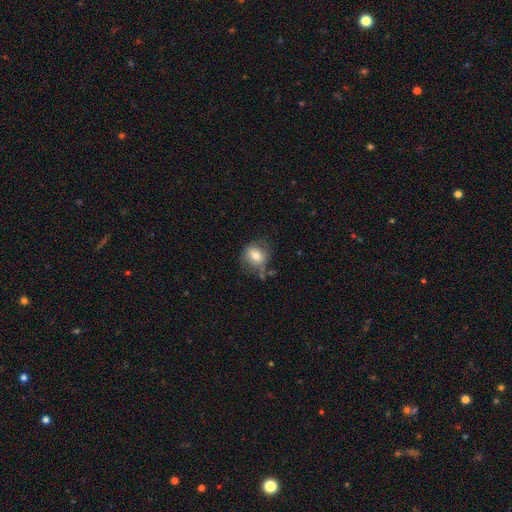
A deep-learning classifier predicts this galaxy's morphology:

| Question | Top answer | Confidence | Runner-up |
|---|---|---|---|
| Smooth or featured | smooth | 71% | featured or disk (20%) |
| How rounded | round | 69% | in between (30%) |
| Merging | none | 59% | minor disturbance (25%) |